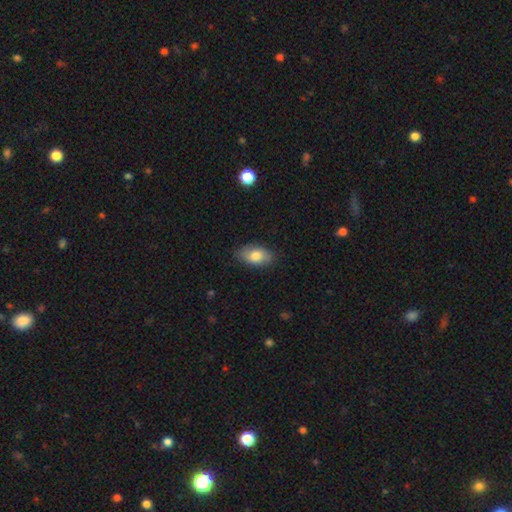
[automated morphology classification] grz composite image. It shows a smooth galaxy with no disk features (79%) that is in between round and cigar-shaped (91%). Merging: none (83%).